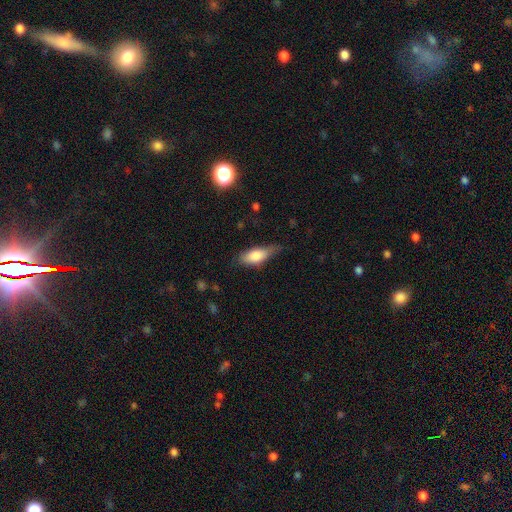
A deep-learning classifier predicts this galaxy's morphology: Smooth or featured?
  - smooth: 77% *
  - featured or disk: 16%
  - star or artifact: 7%
How rounded?
  - in between: 75% *
  - cigar-shaped: 22%
  - round: 3%
Merging?
  - none: 52% *
  - minor disturbance: 36%
  - major disturbance: 10%
  - merger: 2%